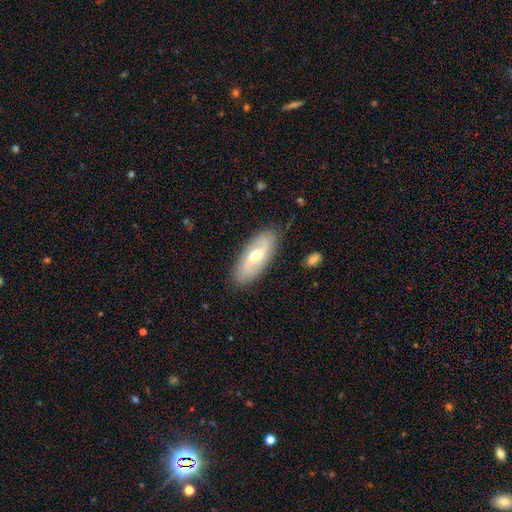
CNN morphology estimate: smooth_or_featured: featured or disk (p=0.58) [alt: smooth p=0.37]
disk_edge_on: no (p=0.85) [alt: yes p=0.15]
merging: none (p=0.86) [alt: minor disturbance p=0.10]